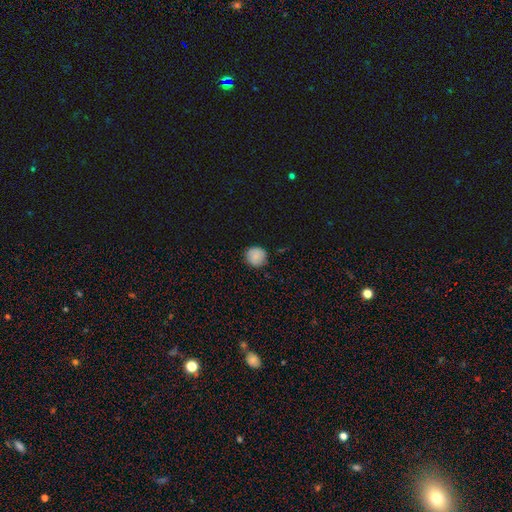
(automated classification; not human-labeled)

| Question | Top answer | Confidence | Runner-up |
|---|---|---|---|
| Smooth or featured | smooth | 81% | featured or disk (10%) |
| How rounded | round | 92% | in between (7%) |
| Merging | none | 85% | minor disturbance (11%) |